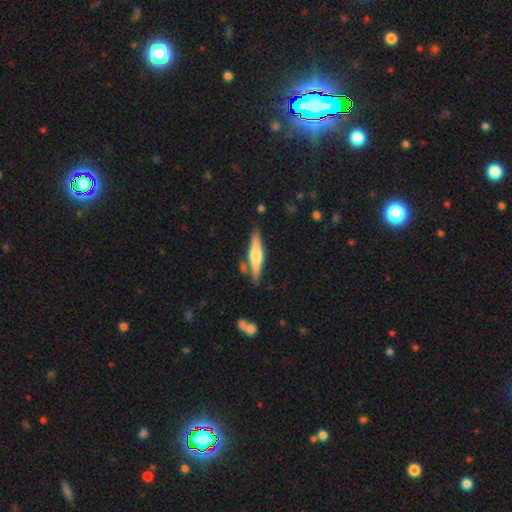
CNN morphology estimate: The model was most divided on "smooth or featured": featured or disk: 55%, smooth: 39%, star or artifact: 6%. More confident: edge-on disk — yes (96%); edge-on bulge — rounded (86%); merging — none (82%).